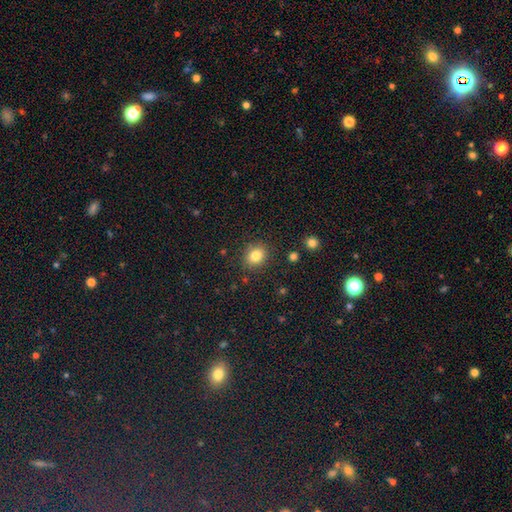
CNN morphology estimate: type=smooth (83%); roundness=round (67%); merging=none (86%).